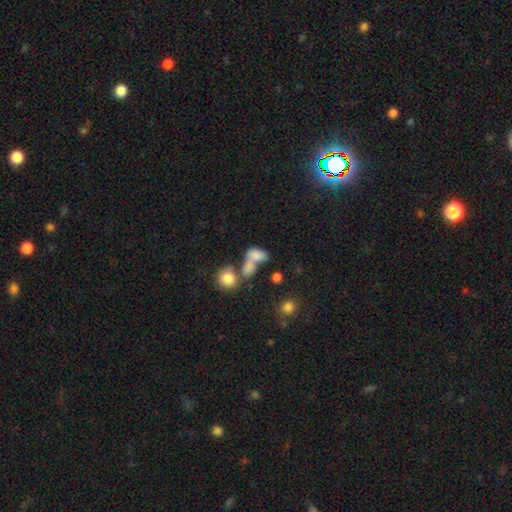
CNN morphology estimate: smooth_or_featured: smooth (p=0.74) [alt: featured or disk p=0.14]
how_rounded: in between (p=0.81) [alt: round p=0.15]
merging: merger (p=0.54) [alt: none p=0.26]